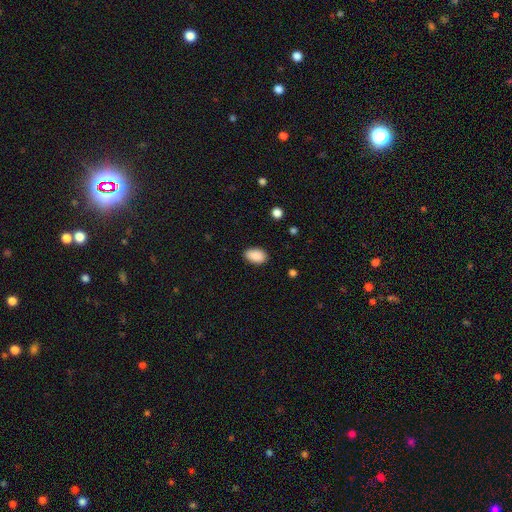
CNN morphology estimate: type=smooth (90%); roundness=in between (91%); merging=none (86%).